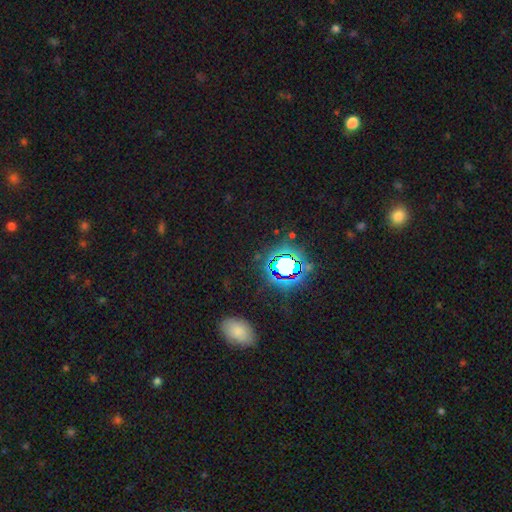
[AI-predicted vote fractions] smooth_or_featured: star or artifact (p=0.68) [alt: smooth p=0.24]